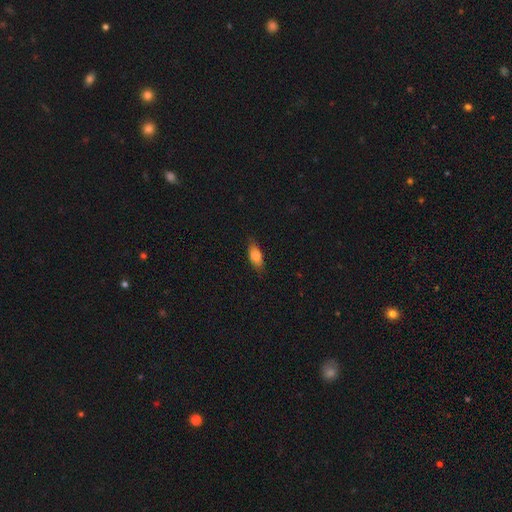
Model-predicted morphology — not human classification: smooth_or_featured: smooth (p=0.77) [alt: featured or disk p=0.16]
how_rounded: in between (p=0.80) [alt: cigar-shaped p=0.16]
merging: none (p=0.82) [alt: minor disturbance p=0.15]